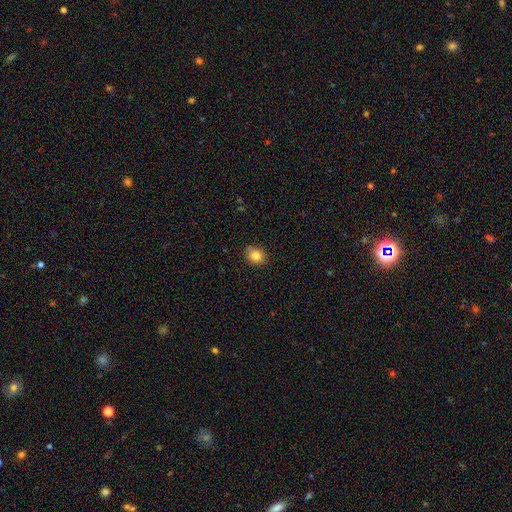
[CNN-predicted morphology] Overall: smooth (83%). How rounded: round (73%). Merging: none (78%).